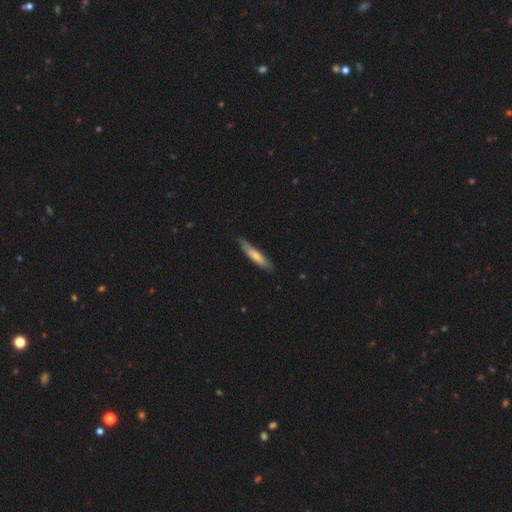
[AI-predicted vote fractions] This is likely a smooth galaxy (63%). How rounded: clearly cigar-shaped (86%). Merging: likely none (80%).